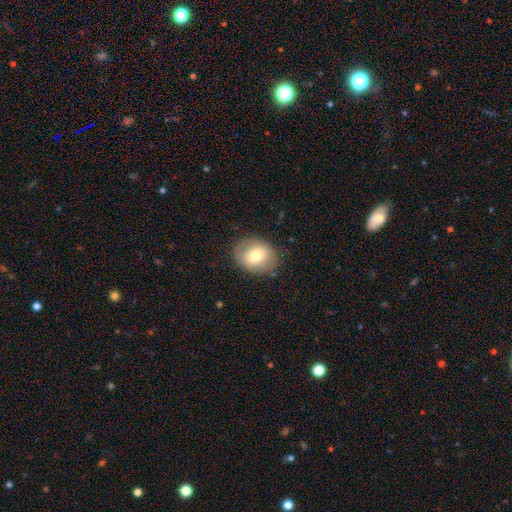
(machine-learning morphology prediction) Smooth or featured: smooth — 68% (featured or disk — 25%)
How rounded: in between — 54% (round — 45%)
Merging: none — 81% (minor disturbance — 13%)